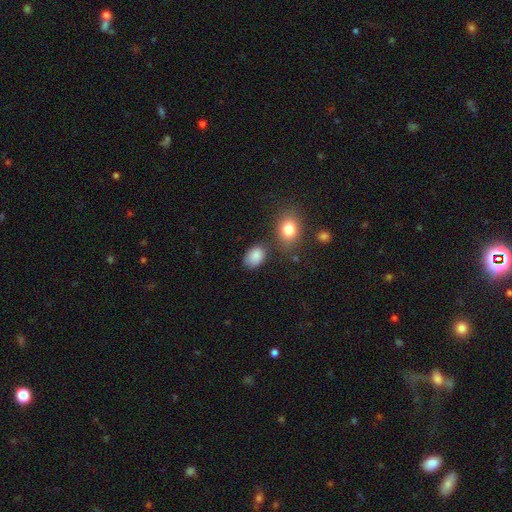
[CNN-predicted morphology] Smooth or featured: smooth — 86% (star or artifact — 9%)
How rounded: in between — 81% (round — 18%)
Merging: none — 67% (minor disturbance — 21%)